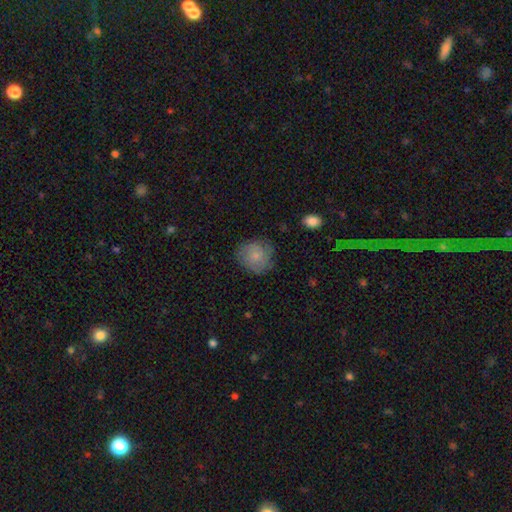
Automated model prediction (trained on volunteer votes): A smooth galaxy with no disk features (71%) that is round (83%). Merging: none (74%).